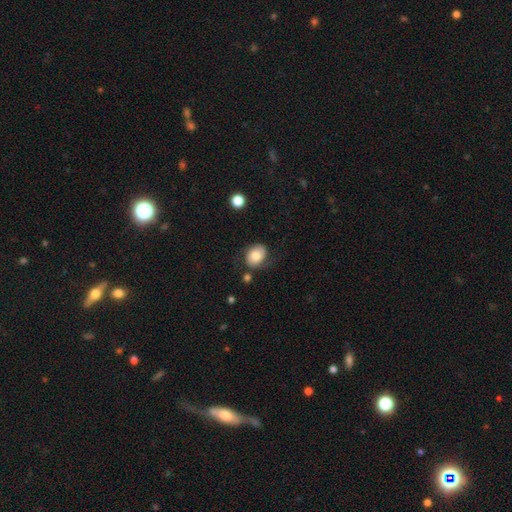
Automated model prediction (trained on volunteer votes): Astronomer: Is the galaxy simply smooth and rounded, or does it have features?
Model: smooth — 73%.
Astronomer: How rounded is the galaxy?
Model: in between — 59% (runner-up: round, 40%).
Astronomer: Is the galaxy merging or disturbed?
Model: none — 63%.